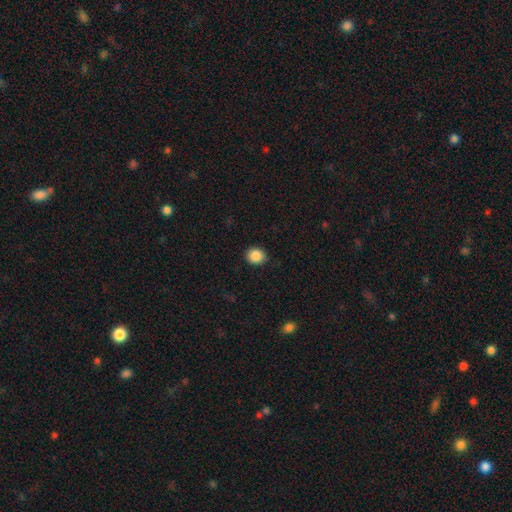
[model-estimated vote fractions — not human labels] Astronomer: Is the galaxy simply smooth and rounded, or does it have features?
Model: smooth — 88%.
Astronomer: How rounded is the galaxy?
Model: round — 74%.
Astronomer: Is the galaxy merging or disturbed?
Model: none — 90%.